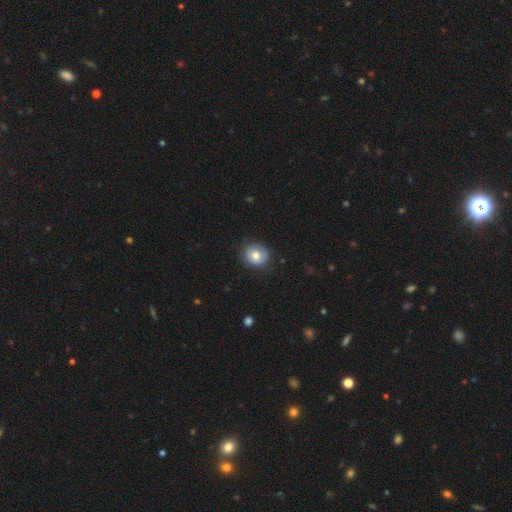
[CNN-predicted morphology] smooth-or-featured: smooth: 71% | featured or disk: 21% | star or artifact: 8%
  how-rounded: round: 74% | in between: 25% | cigar-shaped: 1%
  merging: none: 79% | minor disturbance: 16% | major disturbance: 4% | merger: 1%